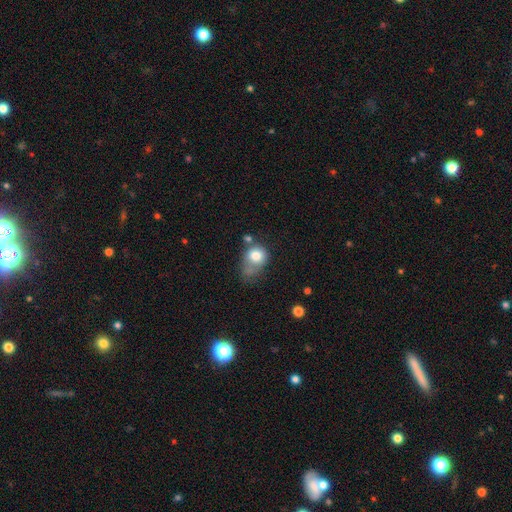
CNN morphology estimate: type=smooth (77%); roundness=round (55%); merging=major disturbance (27%, tied with minor disturbance).